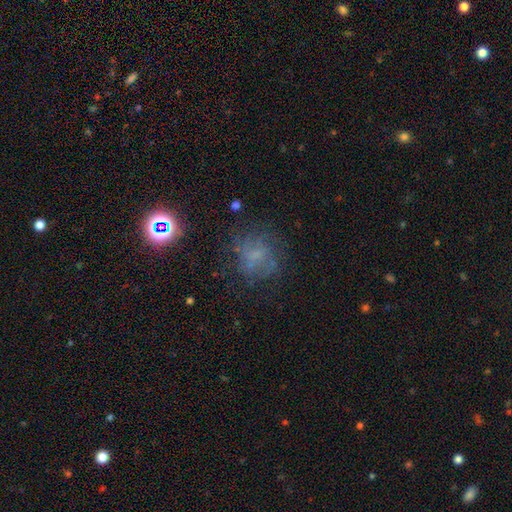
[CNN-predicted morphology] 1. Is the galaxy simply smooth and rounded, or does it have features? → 38% featured or disk, 37% smooth, 25% star or artifact.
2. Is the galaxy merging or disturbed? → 63% none, 18% minor disturbance, 16% major disturbance, 3% merger.